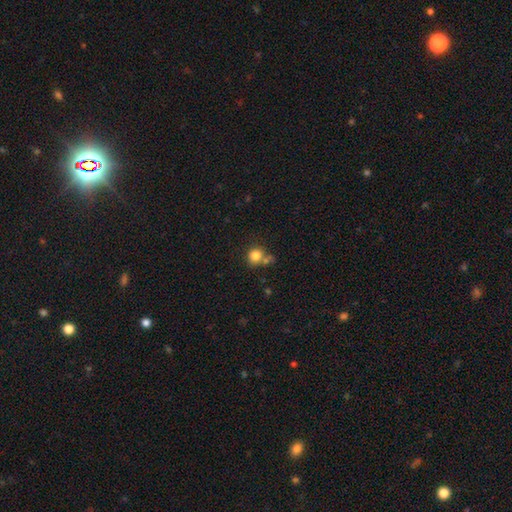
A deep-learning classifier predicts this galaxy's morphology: smooth_or_featured: smooth (p=0.82) [alt: star or artifact p=0.11]
how_rounded: round (p=0.83) [alt: in between p=0.16]
merging: none (p=0.57) [alt: merger p=0.26]